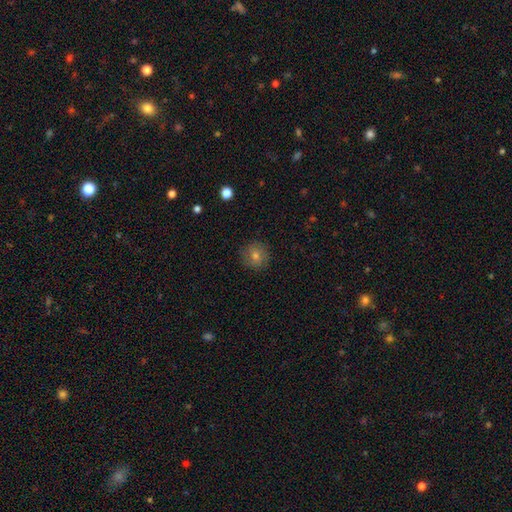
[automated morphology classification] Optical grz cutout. It shows a smooth galaxy with no disk features (66%) that is round (92%). Merging: none (87%).